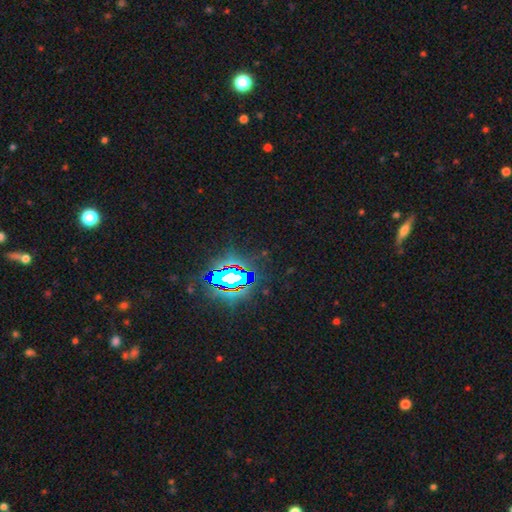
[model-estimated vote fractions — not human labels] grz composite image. It shows a star or artifact, not a galaxy (83%).